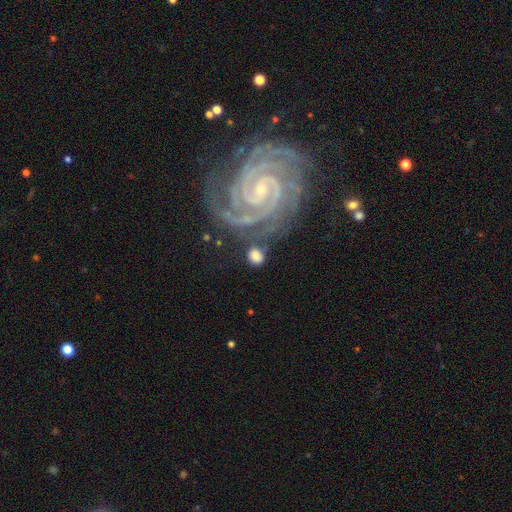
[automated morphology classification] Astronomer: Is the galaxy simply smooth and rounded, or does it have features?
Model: smooth — 61%.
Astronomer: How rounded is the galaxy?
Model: round — 73%.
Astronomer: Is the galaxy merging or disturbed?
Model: none — 66%.